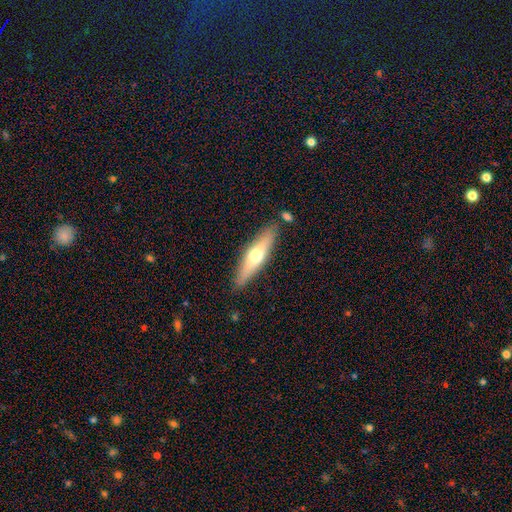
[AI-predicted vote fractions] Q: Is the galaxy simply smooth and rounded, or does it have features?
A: smooth — 48%.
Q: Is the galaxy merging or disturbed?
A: none — 83%.